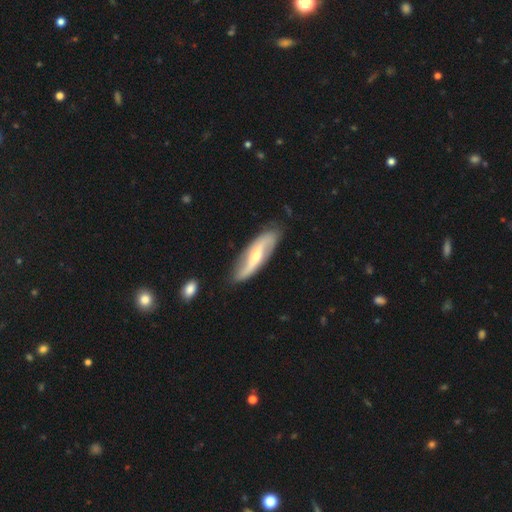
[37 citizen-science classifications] Smooth or featured? 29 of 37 (78%) said featured or disk. Edge-on disk? 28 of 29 (97%) said no. Bar? 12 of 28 (43%) said weak. Spiral arms? 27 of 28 (96%) said yes. Spiral winding? 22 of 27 (81%) said loose. Spiral arm count? 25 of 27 (93%) said 2. Bulge size? 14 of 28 (50%) said small. Merging? 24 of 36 (67%) said none.